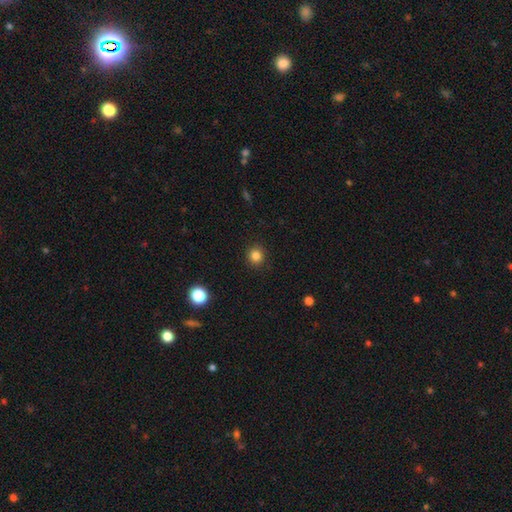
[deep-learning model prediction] A smooth galaxy with no disk features (83%) that is round (92%).

Vote fractions:
- Smooth or featured? smooth: 83% / star or artifact: 12% / featured or disk: 4%
- How rounded? round: 92% / in between: 7% / cigar-shaped: 1%
- Merging? none: 91% / minor disturbance: 6% / major disturbance: 2% / merger: 1%